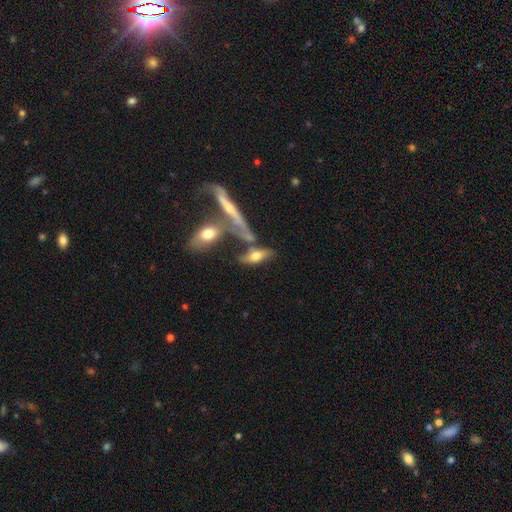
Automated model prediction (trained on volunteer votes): smooth_or_featured: smooth (p=0.54) [alt: featured or disk p=0.38]
how_rounded: in between (p=0.65) [alt: cigar-shaped p=0.30]
merging: none (p=0.43) [alt: merger p=0.33]